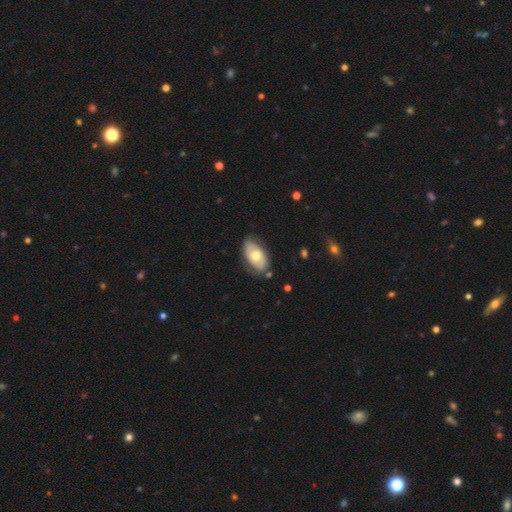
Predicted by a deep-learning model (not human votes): Overall: smooth (53%; featured or disk 42%). How rounded: in between (93%). Merging: none (70%).